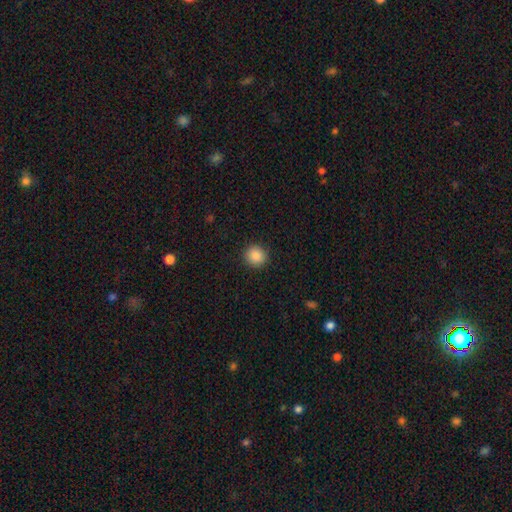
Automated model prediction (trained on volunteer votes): Smooth or featured? Predicted: smooth (p=0.88). How rounded? Predicted: round (p=0.90). Merging? Predicted: none (p=0.91).